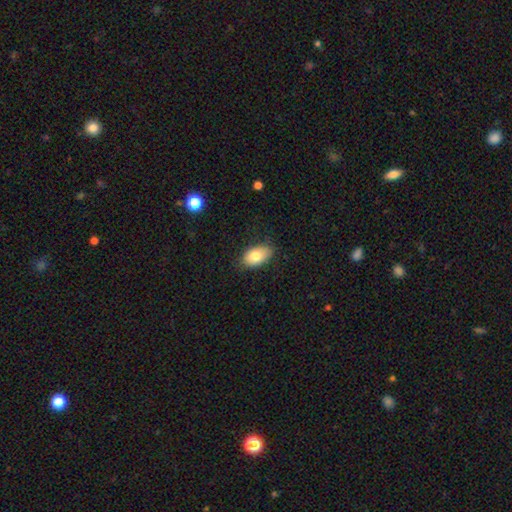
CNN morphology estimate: smooth_or_featured: smooth (p=0.80) [alt: featured or disk p=0.13]
how_rounded: in between (p=0.92) [alt: round p=0.06]
merging: none (p=0.81) [alt: minor disturbance p=0.15]